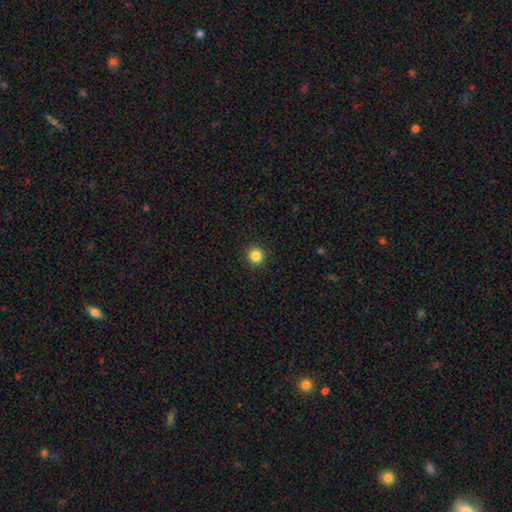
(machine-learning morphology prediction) Smooth or featured?
  - smooth: 84% *
  - star or artifact: 12%
  - featured or disk: 4%
How rounded?
  - round: 95% *
  - in between: 4%
  - cigar-shaped: 1%
Merging?
  - none: 92% *
  - minor disturbance: 5%
  - major disturbance: 2%
  - merger: 1%